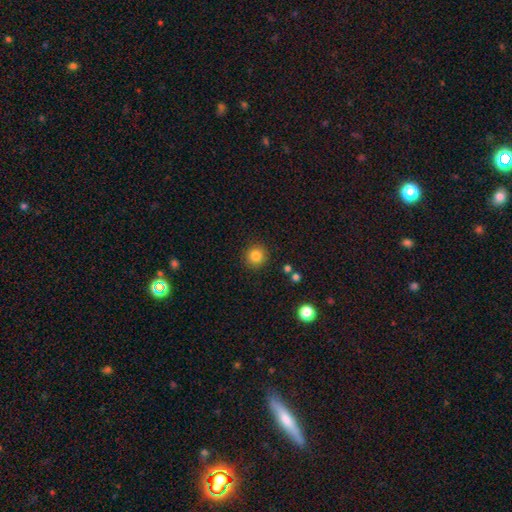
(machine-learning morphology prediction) type=smooth (84%); roundness=round (93%); merging=none (90%).